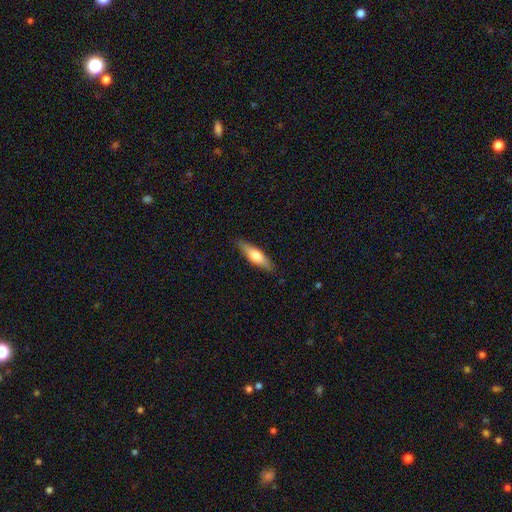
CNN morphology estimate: smooth_or_featured: smooth (p=0.62) [alt: featured or disk p=0.32]
how_rounded: cigar-shaped (p=0.59) [alt: in between p=0.39]
merging: none (p=0.85) [alt: minor disturbance p=0.11]